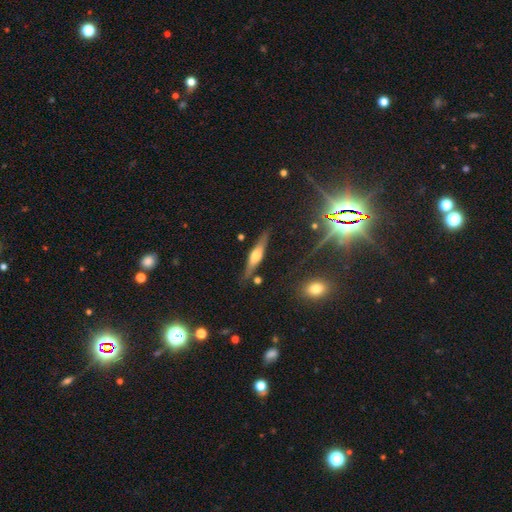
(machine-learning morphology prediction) This appears to be a featured or disk galaxy (59%) viewed edge-on (93%) with a rounded central bulge (85%). Merging: none (81%).